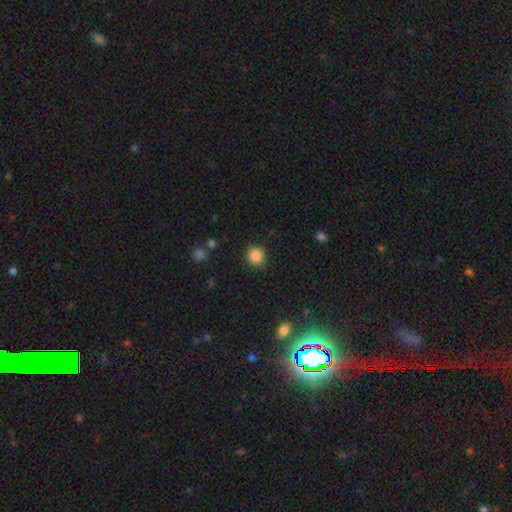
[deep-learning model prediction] smooth-or-featured: smooth: 86% | star or artifact: 10% | featured or disk: 3%
  how-rounded: round: 90% | in between: 9% | cigar-shaped: 1%
  merging: none: 88% | minor disturbance: 8% | major disturbance: 3% | merger: 1%